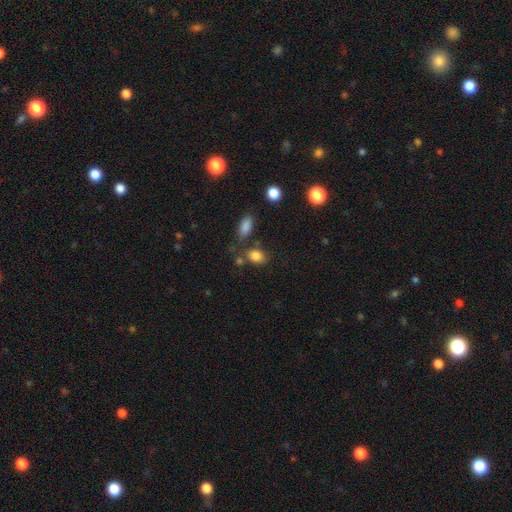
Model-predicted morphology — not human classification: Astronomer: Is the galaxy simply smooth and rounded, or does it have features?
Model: smooth — 84%.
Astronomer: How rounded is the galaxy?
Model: in between — 65%.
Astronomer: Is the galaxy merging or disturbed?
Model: none — 66%.